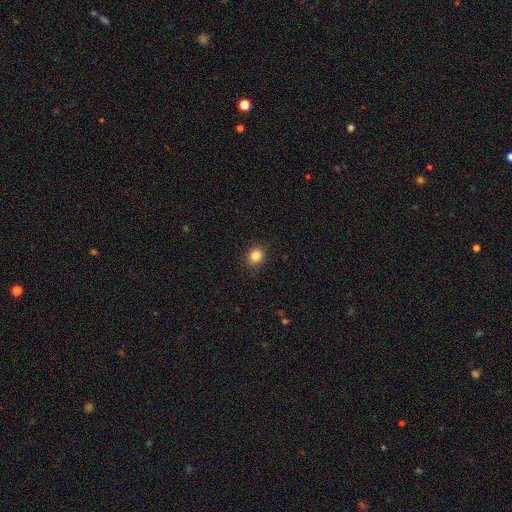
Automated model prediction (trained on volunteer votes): A smooth galaxy with no disk features (84%) that is round (71%). Merging: none (89%).